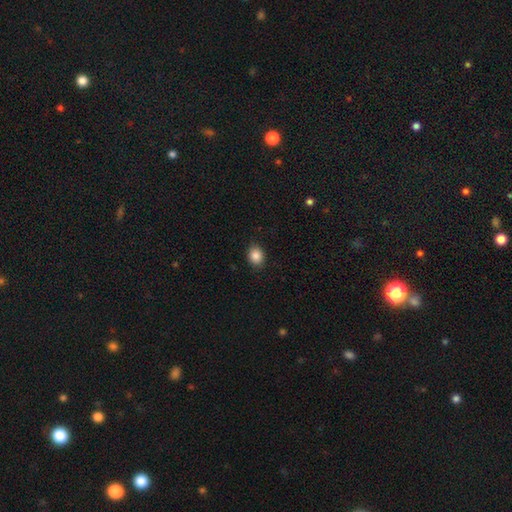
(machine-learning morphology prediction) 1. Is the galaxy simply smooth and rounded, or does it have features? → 87% smooth, 9% star or artifact, 4% featured or disk.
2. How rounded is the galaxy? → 50% in between, 49% round, 1% cigar-shaped.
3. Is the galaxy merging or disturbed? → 88% none, 9% minor disturbance, 2% major disturbance, 1% merger.